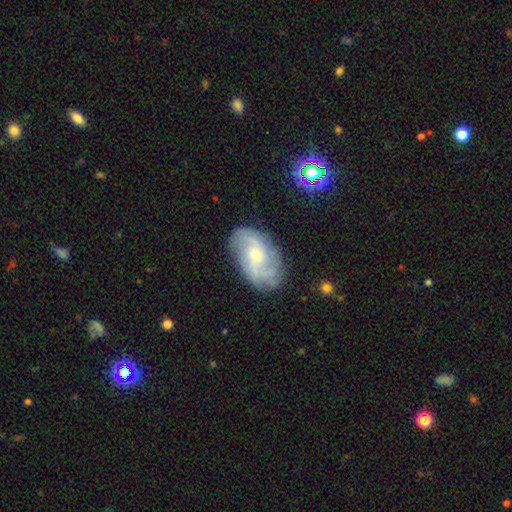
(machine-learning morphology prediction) featured or disk 76%, smooth 17%, star or artifact 7%. Down the decision tree: edge-on disk — no (96%); bar — no (53%); spiral arms — yes (94%); spiral arm count — 2 (39%); spiral winding — medium (44%); bulge size — small (49%); merging — none (75%).